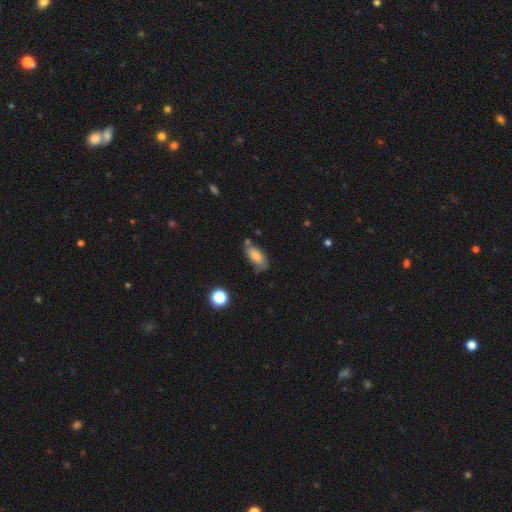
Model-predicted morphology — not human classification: Smooth or featured?
  - smooth: 76% *
  - featured or disk: 15%
  - star or artifact: 9%
How rounded?
  - in between: 85% *
  - cigar-shaped: 11%
  - round: 3%
Merging?
  - none: 59% *
  - minor disturbance: 26%
  - merger: 8%
  - major disturbance: 7%